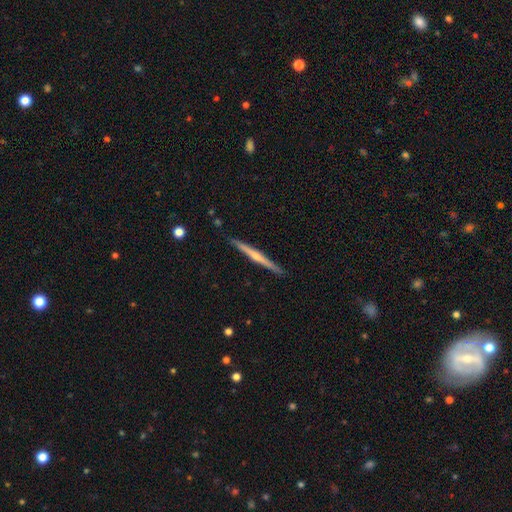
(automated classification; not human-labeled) Smooth or featured? featured or disk (68%)
Edge-on disk? yes (98%)
Edge-on bulge? rounded (60%)
Merging? none (91%)